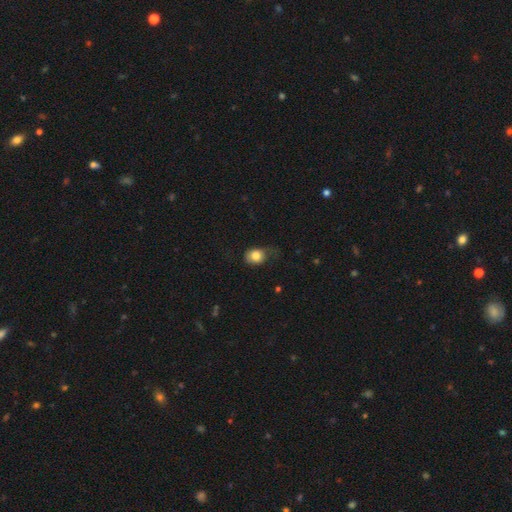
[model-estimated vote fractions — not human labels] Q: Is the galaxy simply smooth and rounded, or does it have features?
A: smooth — 80%.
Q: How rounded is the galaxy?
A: round — 51%.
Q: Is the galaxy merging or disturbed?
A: none — 42%.